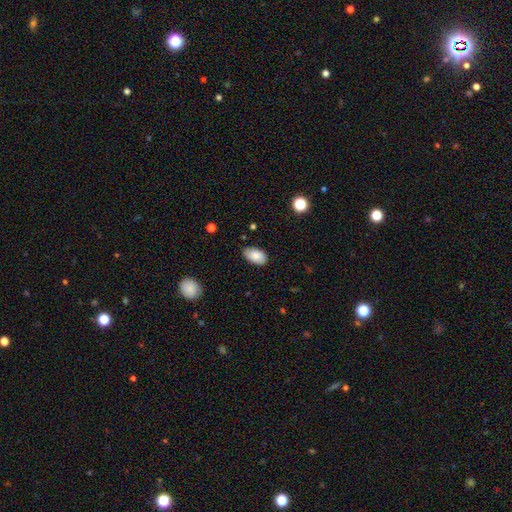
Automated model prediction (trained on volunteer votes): Smooth or featured?
  - smooth: 86% *
  - star or artifact: 7%
  - featured or disk: 7%
How rounded?
  - in between: 94% *
  - round: 4%
  - cigar-shaped: 1%
Merging?
  - none: 82% *
  - minor disturbance: 14%
  - major disturbance: 2%
  - merger: 1%